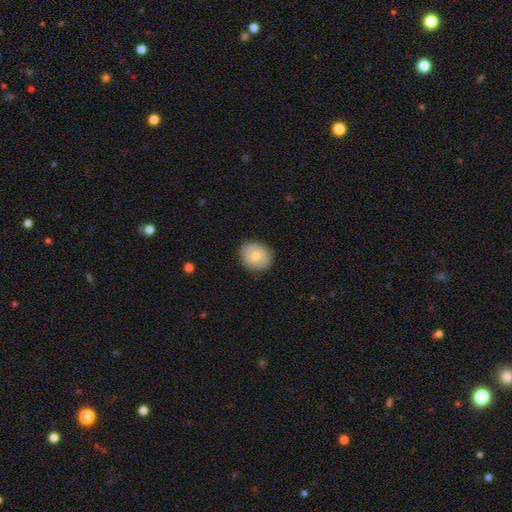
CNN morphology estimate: Smooth or featured?
  - smooth: 52% *
  - featured or disk: 41%
  - star or artifact: 7%
How rounded?
  - round: 66% *
  - in between: 33%
  - cigar-shaped: 1%
Merging?
  - none: 85% *
  - minor disturbance: 12%
  - major disturbance: 3%
  - merger: 1%